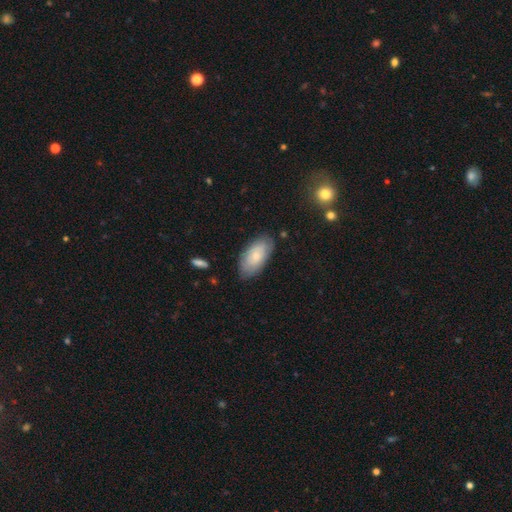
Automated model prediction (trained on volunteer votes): smooth 71%, featured or disk 23%, star or artifact 6%. Down the decision tree: how rounded — in between (94%); merging — none (79%).